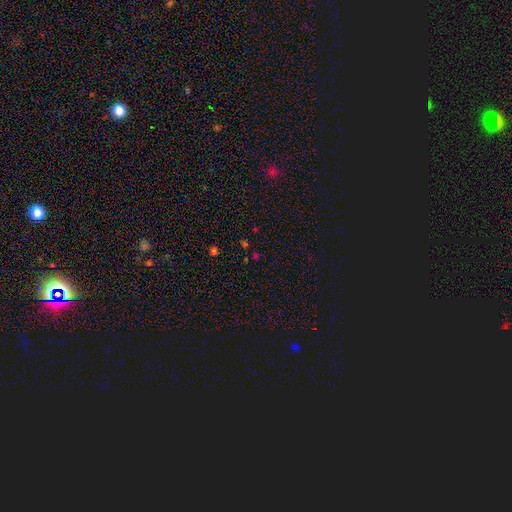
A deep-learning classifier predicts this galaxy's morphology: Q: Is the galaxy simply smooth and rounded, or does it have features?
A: star or artifact — 57%.